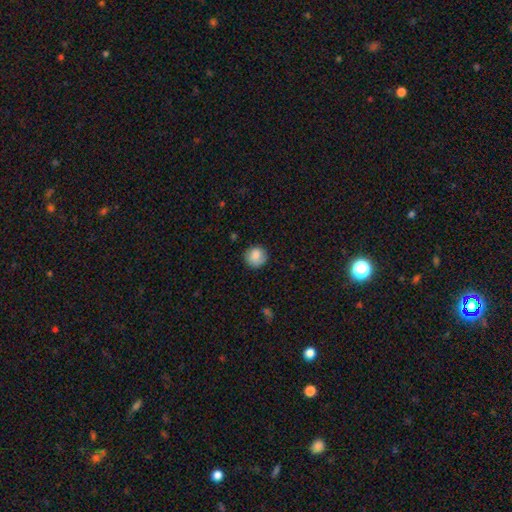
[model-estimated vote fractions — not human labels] smooth-or-featured: smooth: 85% | star or artifact: 8% | featured or disk: 7%
  how-rounded: round: 90% | in between: 9% | cigar-shaped: 1%
  merging: none: 82% | minor disturbance: 14% | major disturbance: 3% | merger: 1%